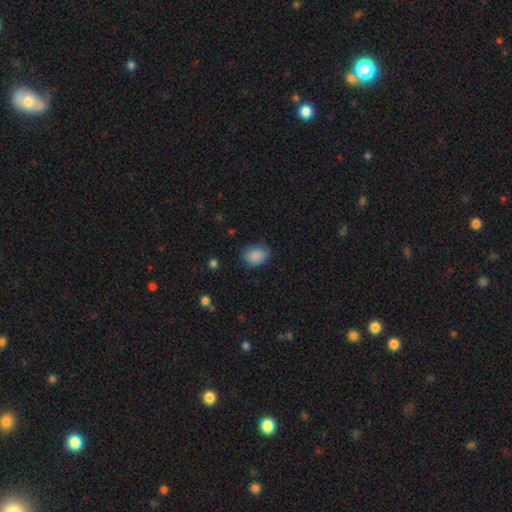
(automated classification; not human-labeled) This appears to be a smooth galaxy with no disk features (87%) that is in between round and cigar-shaped (63%). Merging: none (70%).